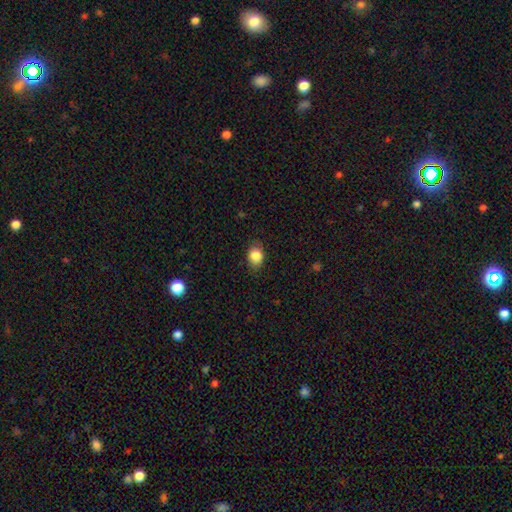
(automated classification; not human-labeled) Morphology: type=smooth (86%); roundness=in between (64%); merging=none (83%).